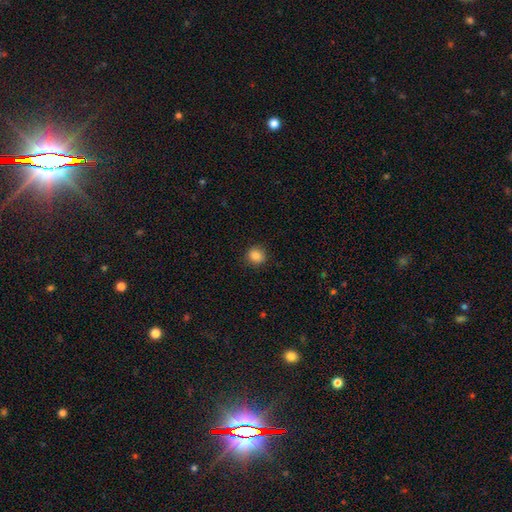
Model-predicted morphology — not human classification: Smooth or featured?
  - smooth: 86% *
  - star or artifact: 10%
  - featured or disk: 4%
How rounded?
  - round: 80% *
  - in between: 19%
  - cigar-shaped: 1%
Merging?
  - none: 89% *
  - minor disturbance: 8%
  - major disturbance: 2%
  - merger: 1%